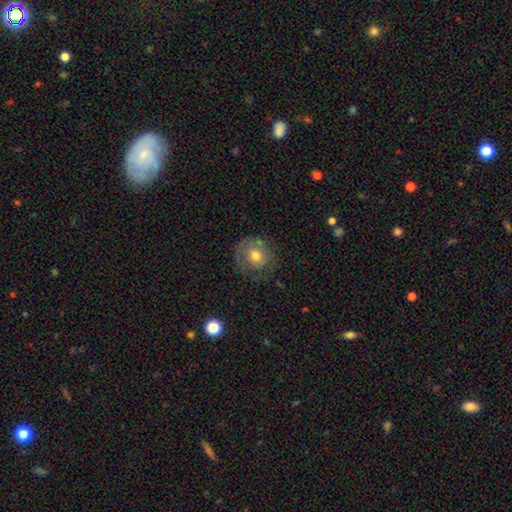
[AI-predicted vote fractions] Q: Smooth or featured?
A: smooth (57%); runner-up: featured or disk (34%)
Q: How rounded?
A: round (86%); runner-up: in between (13%)
Q: Merging?
A: none (66%); runner-up: minor disturbance (20%)